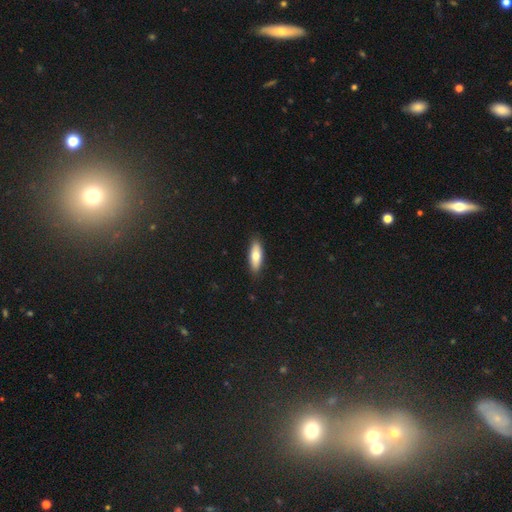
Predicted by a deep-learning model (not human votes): Smooth or featured?
  - smooth: 73% *
  - featured or disk: 21%
  - star or artifact: 6%
How rounded?
  - in between: 61% *
  - cigar-shaped: 37%
  - round: 2%
Merging?
  - none: 88% *
  - minor disturbance: 9%
  - major disturbance: 2%
  - merger: 1%